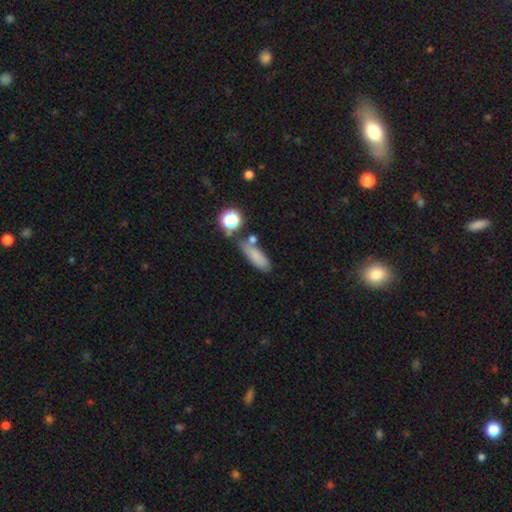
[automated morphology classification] Smooth or featured? Predicted: smooth (p=0.76). How rounded? Predicted: in between (p=0.53). Merging? Predicted: none (p=0.61).